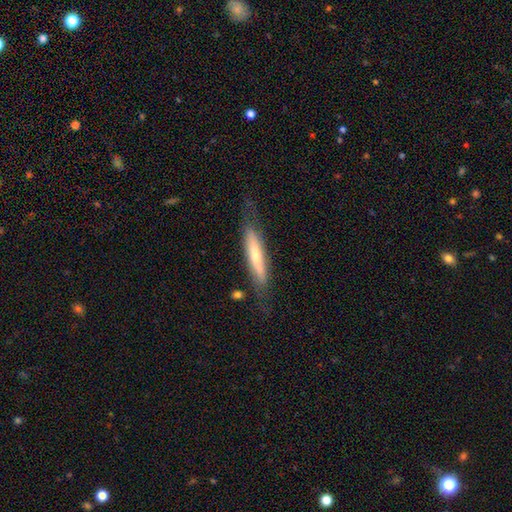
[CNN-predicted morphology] smooth-or-featured: smooth: 47% (tied) | featured or disk: 47% (tied) | star or artifact: 6%
  merging: none: 70% | minor disturbance: 20% | major disturbance: 8% | merger: 2%